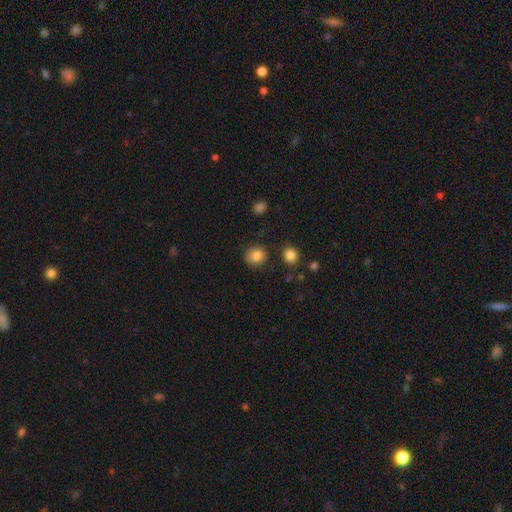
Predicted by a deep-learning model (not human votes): This is clearly a smooth galaxy (84%). How rounded: clearly round (81%). Merging: clearly none (85%).